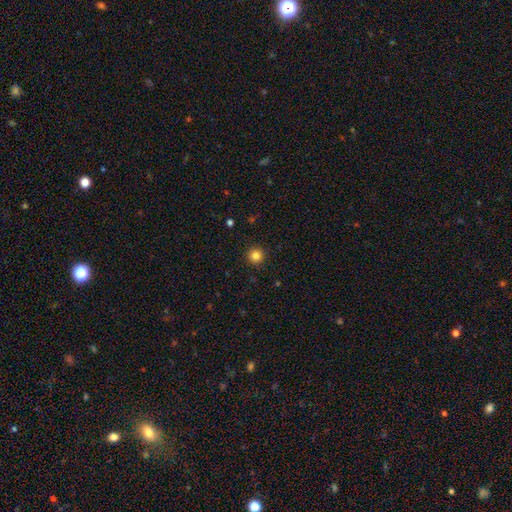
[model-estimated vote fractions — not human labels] This is clearly a smooth galaxy (84%). How rounded: clearly round (96%). Merging: clearly none (93%).